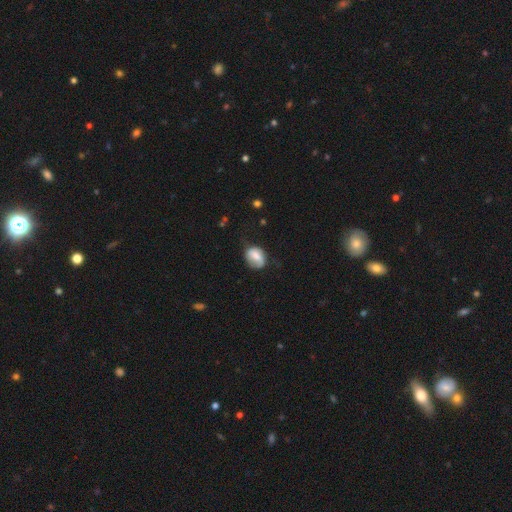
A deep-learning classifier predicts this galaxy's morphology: type=smooth (69%); roundness=in between (62%); merging=none (48%).